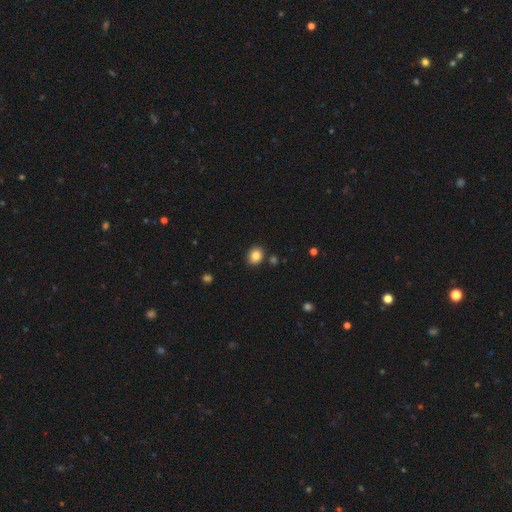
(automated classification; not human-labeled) Q: Smooth or featured?
A: smooth (85%); runner-up: star or artifact (10%)
Q: How rounded?
A: round (57%); runner-up: in between (42%)
Q: Merging?
A: none (86%); runner-up: minor disturbance (8%)